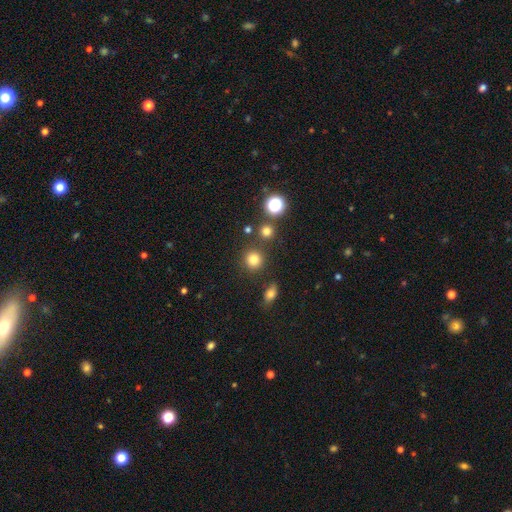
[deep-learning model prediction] A smooth galaxy with no disk features (55%) that is round (90%). Merging: none (77%).